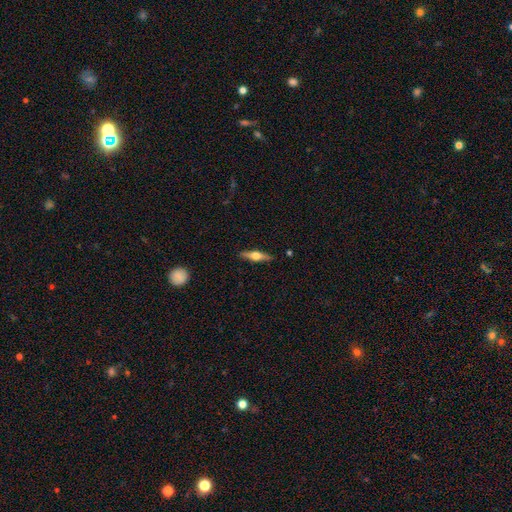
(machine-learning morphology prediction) Q: Smooth or featured?
A: featured or disk (61%); runner-up: smooth (34%)
Q: Edge-on disk?
A: yes (96%); runner-up: no (4%)
Q: Edge-on bulge?
A: rounded (93%); runner-up: boxy (4%)
Q: Merging?
A: none (89%); runner-up: minor disturbance (8%)